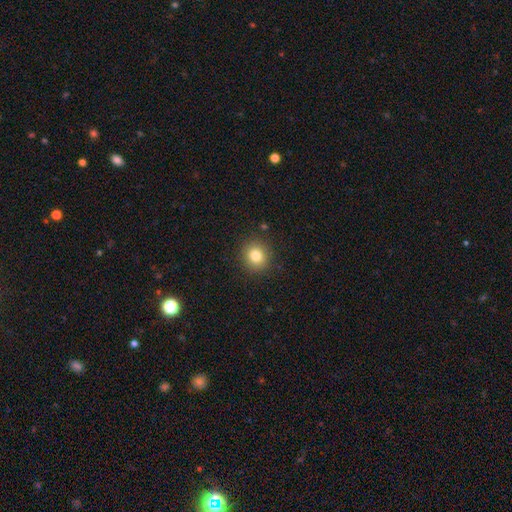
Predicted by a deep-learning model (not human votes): Smooth or featured? Predicted: smooth (p=0.82). How rounded? Predicted: round (p=0.88). Merging? Predicted: none (p=0.89).